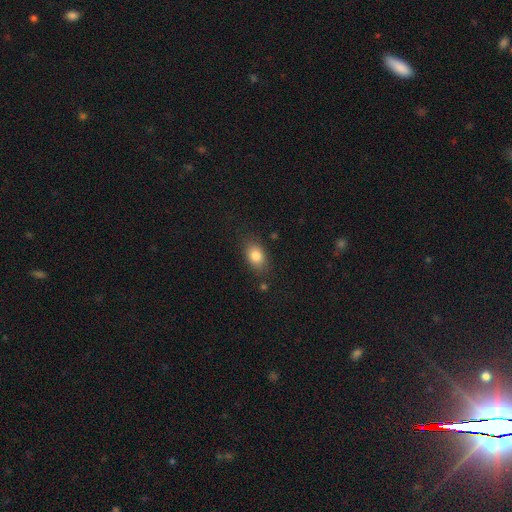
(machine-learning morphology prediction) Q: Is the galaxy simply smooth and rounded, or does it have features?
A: smooth — 83%.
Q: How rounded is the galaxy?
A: in between — 79%.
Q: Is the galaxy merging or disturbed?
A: none — 79%.